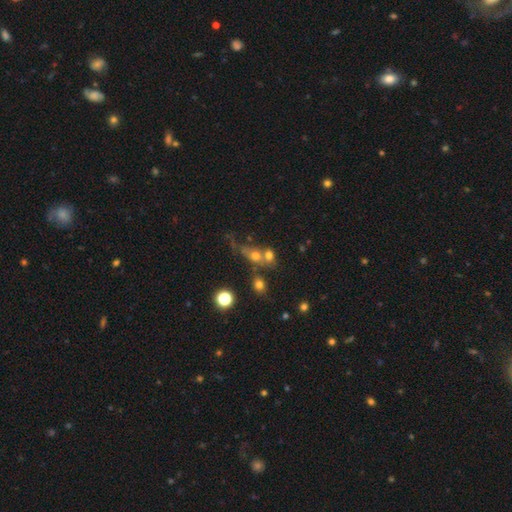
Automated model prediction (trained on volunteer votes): Smooth or featured? smooth (46%)
Merging? merger (48%)